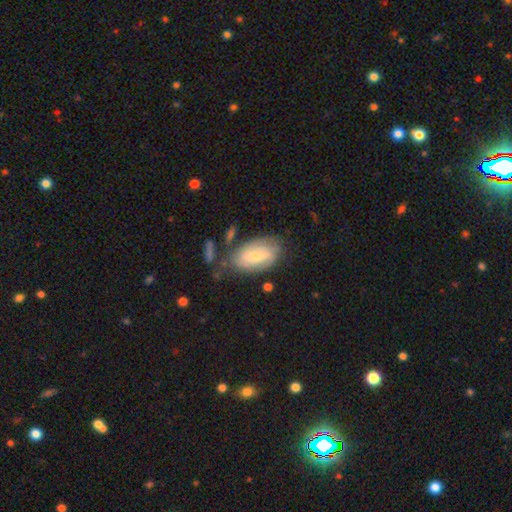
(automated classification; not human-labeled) This appears to be a smooth galaxy with no disk features (53%) that is in between round and cigar-shaped (90%). Merging: none (60%).